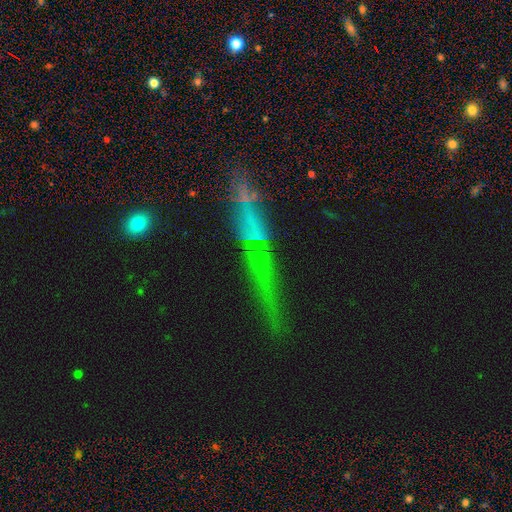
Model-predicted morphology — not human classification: type=star or artifact (44%).